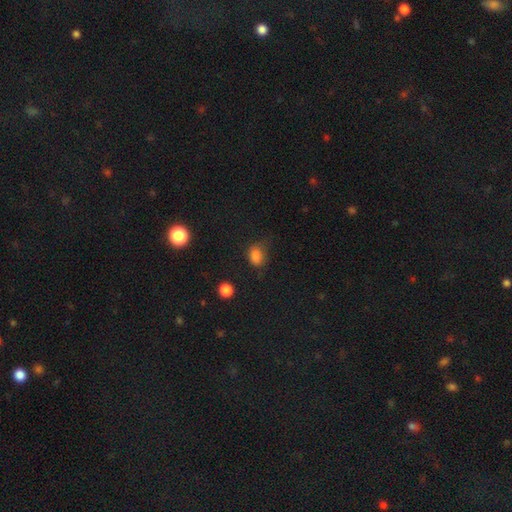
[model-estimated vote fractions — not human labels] Overall: smooth (81%). How rounded: in between (62%; round 36%). Merging: none (54%; minor disturbance 30%).